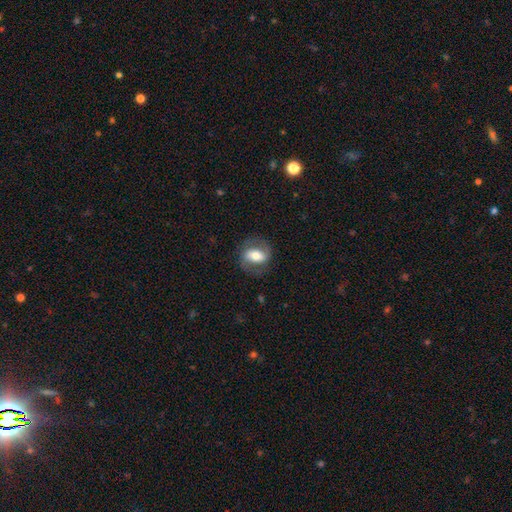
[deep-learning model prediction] The model was most divided on "smooth or featured": featured or disk: 53%, smooth: 40%, star or artifact: 7%. More confident: edge-on disk — no (94%); merging — none (74%).